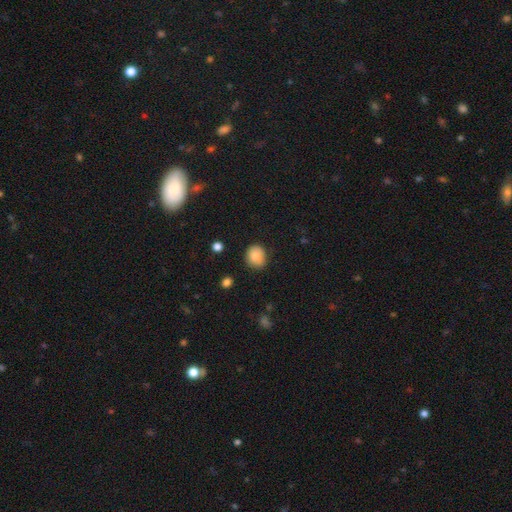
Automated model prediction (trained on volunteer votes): Q: Smooth or featured?
A: smooth (81%); runner-up: featured or disk (10%)
Q: How rounded?
A: round (72%); runner-up: in between (28%)
Q: Merging?
A: none (77%); runner-up: minor disturbance (18%)